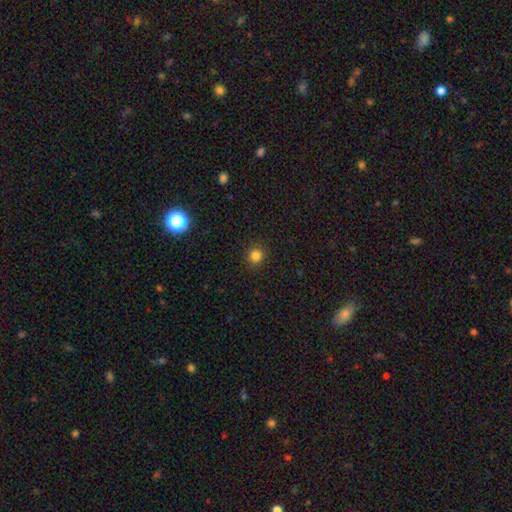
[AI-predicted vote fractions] smooth-or-featured: smooth: 82% | star or artifact: 14% | featured or disk: 4%
  how-rounded: round: 90% | in between: 9% | cigar-shaped: 1%
  merging: none: 91% | minor disturbance: 5% | major disturbance: 2% | merger: 1%